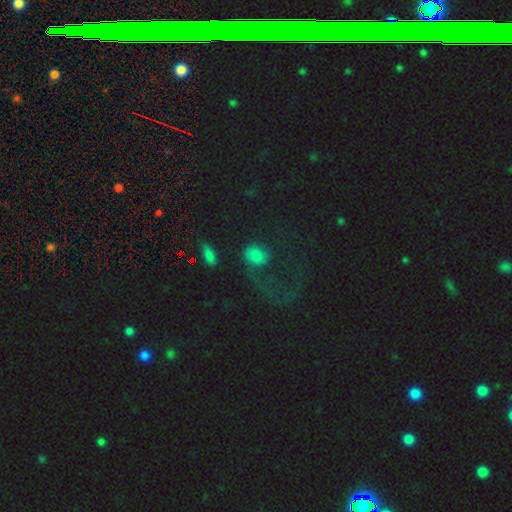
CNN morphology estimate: This appears to be a smooth galaxy with no disk features (57%) that is round (54%). Merging: none (39%).